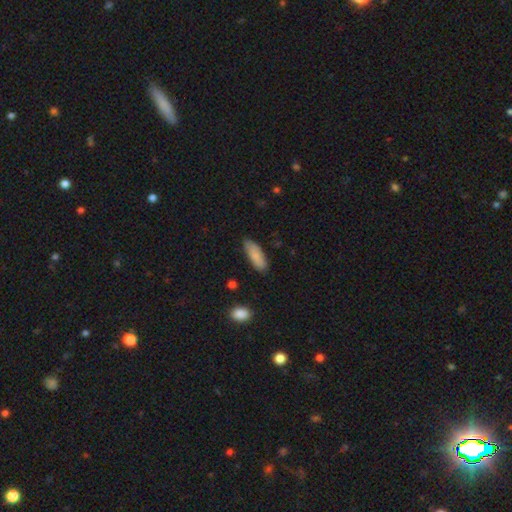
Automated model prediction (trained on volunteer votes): A smooth galaxy with no disk features (83%) that is in between round and cigar-shaped (67%).

Vote fractions:
- Smooth or featured? smooth: 83% / featured or disk: 11% / star or artifact: 6%
- How rounded? in between: 67% / cigar-shaped: 31% / round: 2%
- Merging? none: 81% / minor disturbance: 15% / major disturbance: 3% / merger: 2%